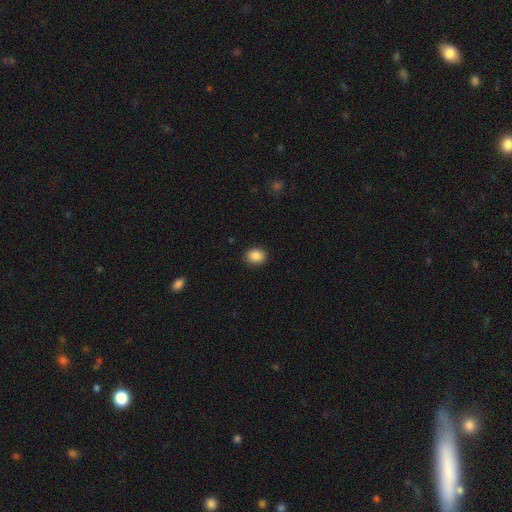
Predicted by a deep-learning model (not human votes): Smooth or featured?
  - smooth: 88% *
  - star or artifact: 9%
  - featured or disk: 3%
How rounded?
  - in between: 51% *
  - round: 48%
  - cigar-shaped: 1%
Merging?
  - none: 90% *
  - minor disturbance: 7%
  - major disturbance: 2%
  - merger: 1%